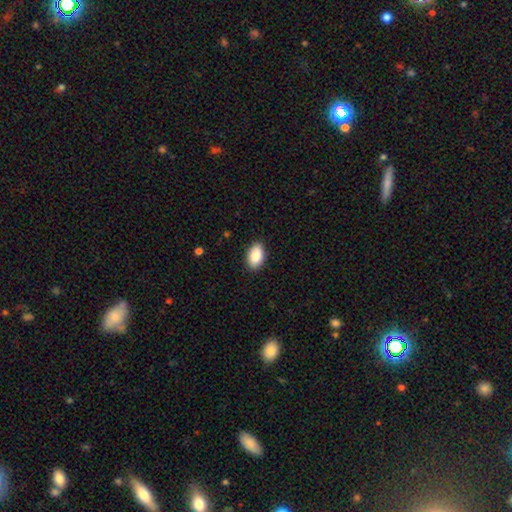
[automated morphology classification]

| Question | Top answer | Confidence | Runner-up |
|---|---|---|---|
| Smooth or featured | smooth | 89% | star or artifact (6%) |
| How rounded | in between | 94% | round (5%) |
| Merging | none | 89% | minor disturbance (8%) |